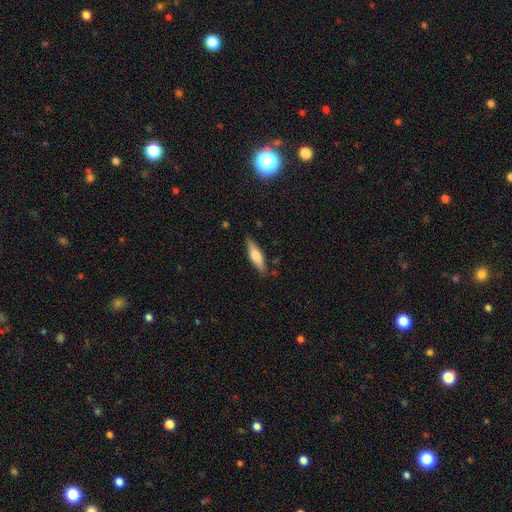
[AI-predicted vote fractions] smooth_or_featured: smooth (p=0.64) [alt: featured or disk p=0.30]
how_rounded: cigar-shaped (p=0.63) [alt: in between p=0.35]
merging: none (p=0.83) [alt: minor disturbance p=0.13]